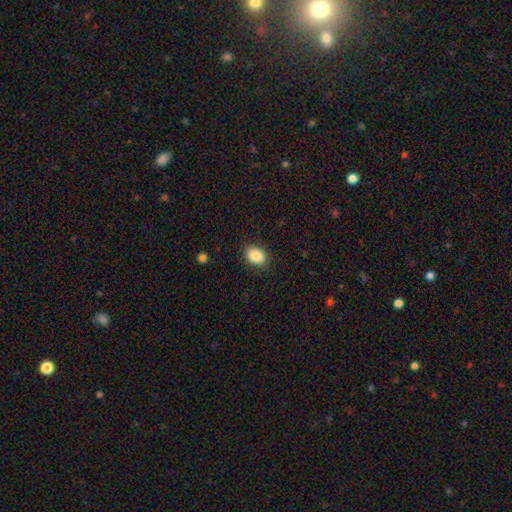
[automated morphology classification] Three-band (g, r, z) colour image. It shows a smooth galaxy with no disk features (87%) that is in between round and cigar-shaped (72%). Merging: none (87%).